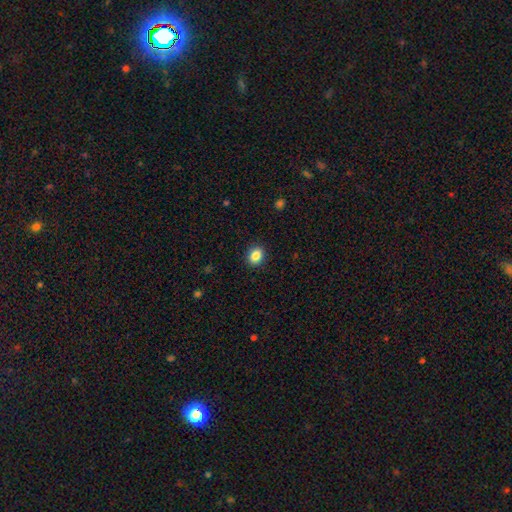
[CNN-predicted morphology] Smooth or featured: smooth — 87% (star or artifact — 9%)
How rounded: round — 53% (in between — 46%)
Merging: none — 90% (minor disturbance — 7%)